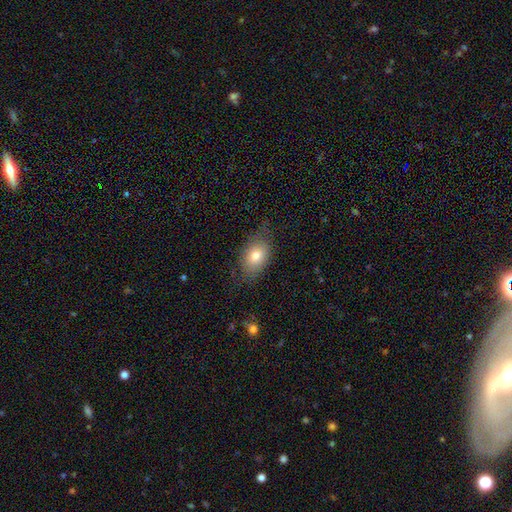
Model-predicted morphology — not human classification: smooth_or_featured: smooth (p=0.76) [alt: featured or disk p=0.16]
how_rounded: in between (p=0.83) [alt: round p=0.15]
merging: none (p=0.66) [alt: minor disturbance p=0.24]